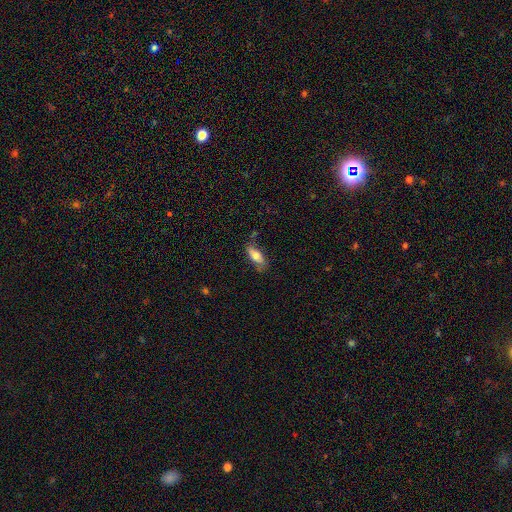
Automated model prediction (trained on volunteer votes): Smooth or featured: smooth — 70% (featured or disk — 23%)
How rounded: in between — 72% (cigar-shaped — 25%)
Merging: none — 69% (minor disturbance — 22%)